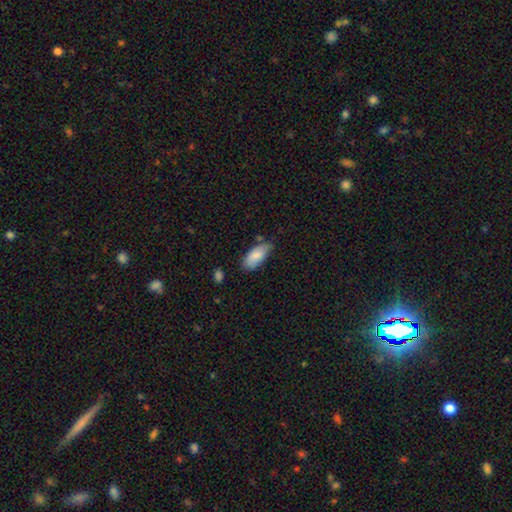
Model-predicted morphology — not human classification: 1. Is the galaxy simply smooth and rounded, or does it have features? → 83% smooth, 10% featured or disk, 6% star or artifact.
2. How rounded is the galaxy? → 88% in between, 10% cigar-shaped, 2% round.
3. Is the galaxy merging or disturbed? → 60% none, 31% minor disturbance, 5% major disturbance, 4% merger.